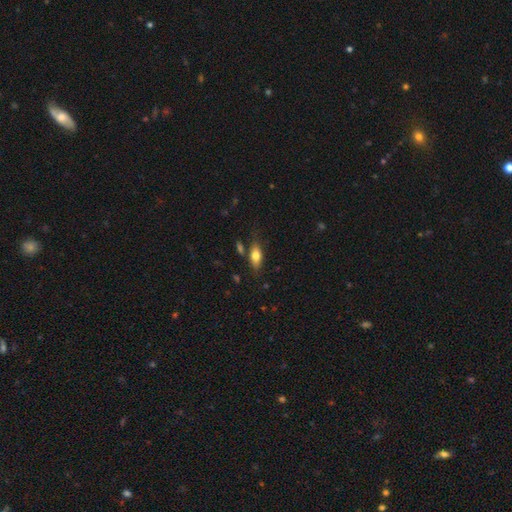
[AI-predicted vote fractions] The model was most divided on "smooth or featured": smooth: 73%, featured or disk: 20%, star or artifact: 7%. More confident: how rounded — in between (80%); merging — none (74%).